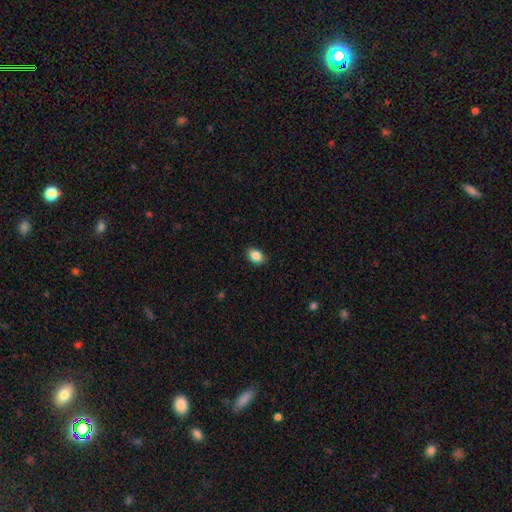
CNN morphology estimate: This appears to be a smooth galaxy with no disk features (86%) that is in between round and cigar-shaped (78%). Merging: none (87%).